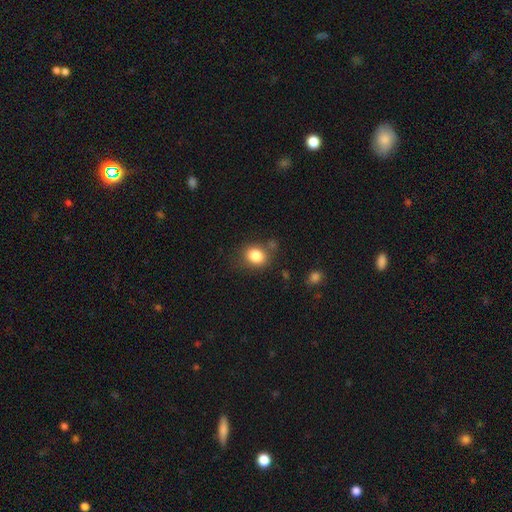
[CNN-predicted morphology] type=smooth (84%); roundness=round (59%); merging=none (72%).